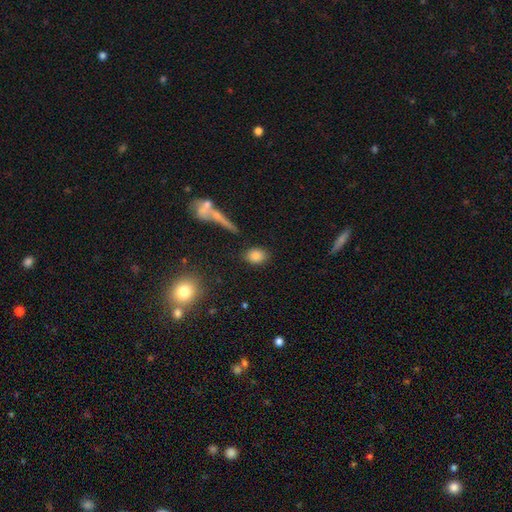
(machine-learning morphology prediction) Smooth or featured: smooth — 84% (star or artifact — 9%)
How rounded: in between — 70% (round — 27%)
Merging: none — 83% (minor disturbance — 10%)